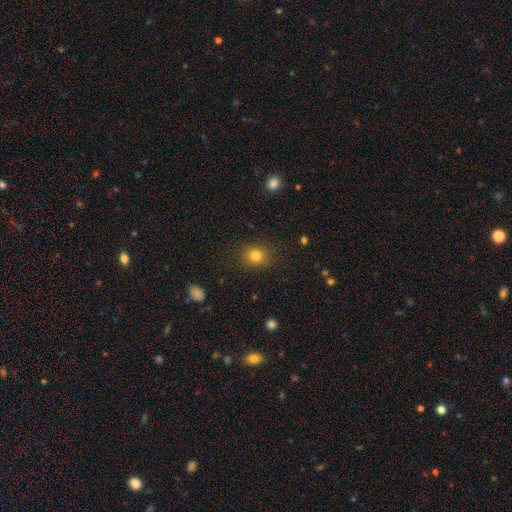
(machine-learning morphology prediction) A smooth galaxy with no disk features (81%) that is round (73%).

Vote fractions:
- Smooth or featured? smooth: 81% / star or artifact: 13% / featured or disk: 7%
- How rounded? round: 73% / in between: 26% / cigar-shaped: 1%
- Merging? none: 87% / minor disturbance: 9% / major disturbance: 3% / merger: 1%